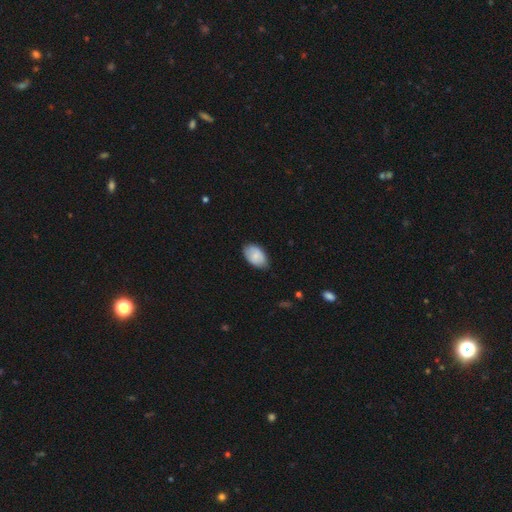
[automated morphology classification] A smooth galaxy with no disk features (78%) that is in between round and cigar-shaped (91%). Merging: none (72%).